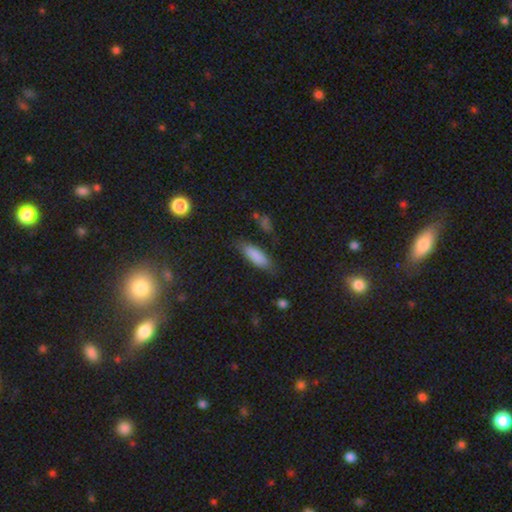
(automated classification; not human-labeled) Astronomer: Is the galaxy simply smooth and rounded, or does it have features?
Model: smooth — 83%.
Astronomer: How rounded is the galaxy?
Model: in between — 59% (runner-up: cigar-shaped, 39%).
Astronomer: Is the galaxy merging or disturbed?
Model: none — 74%.